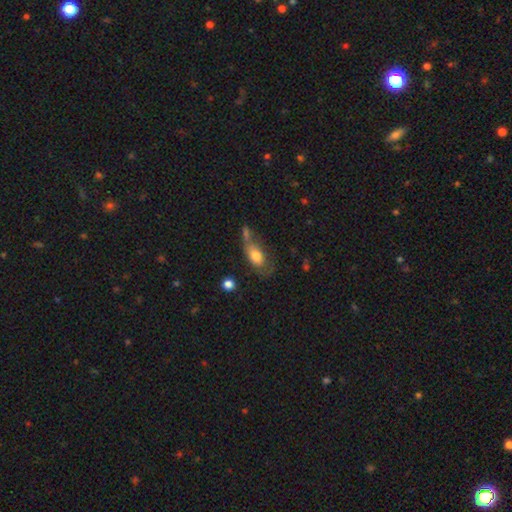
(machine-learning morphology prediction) Smooth or featured?
  - smooth: 69% *
  - featured or disk: 23%
  - star or artifact: 8%
How rounded?
  - in between: 86% *
  - cigar-shaped: 7%
  - round: 6%
Merging?
  - none: 38% *
  - minor disturbance: 24%
  - merger: 20%
  - major disturbance: 18%